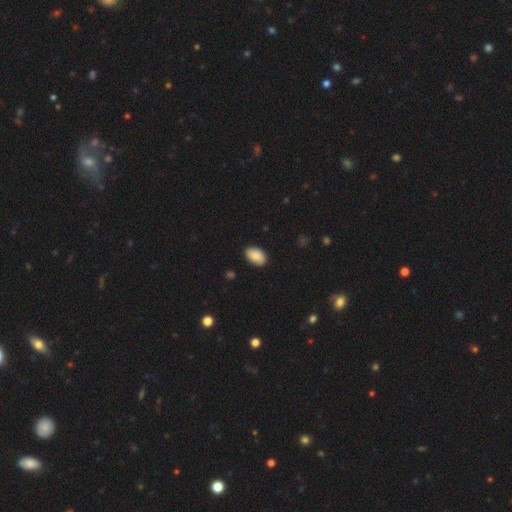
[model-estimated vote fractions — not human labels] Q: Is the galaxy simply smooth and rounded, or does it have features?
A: smooth — 88%.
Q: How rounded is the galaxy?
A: in between — 92%.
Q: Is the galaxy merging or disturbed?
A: none — 87%.